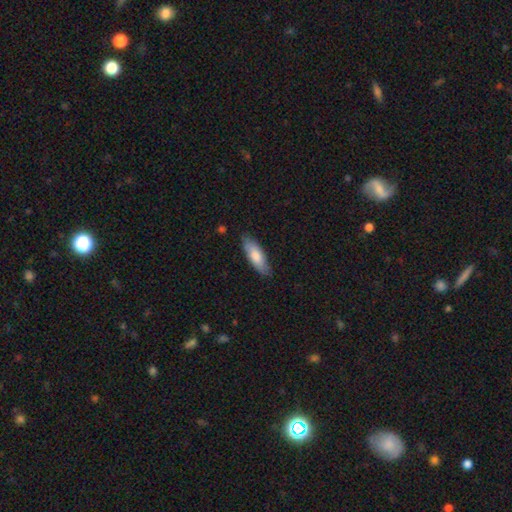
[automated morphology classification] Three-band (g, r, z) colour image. It shows a smooth galaxy with no disk features (76%) that is in between round and cigar-shaped (60%). Merging: none (82%).